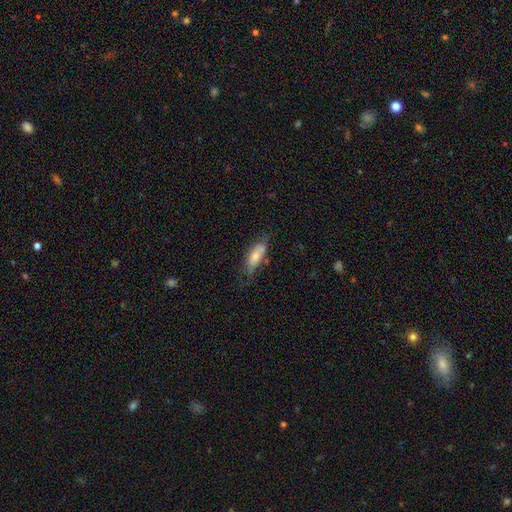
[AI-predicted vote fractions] smooth 68%, featured or disk 25%, star or artifact 7%. Down the decision tree: how rounded — in between (70%); merging — none (54%).